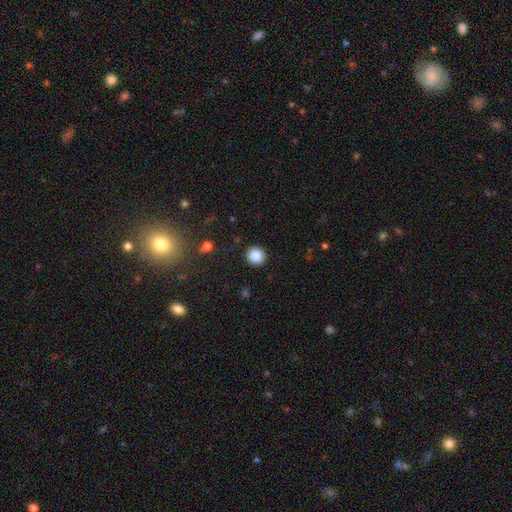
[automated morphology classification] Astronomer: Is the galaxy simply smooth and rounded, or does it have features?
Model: smooth — 87%.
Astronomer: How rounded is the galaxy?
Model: round — 91%.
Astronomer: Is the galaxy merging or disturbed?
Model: none — 91%.